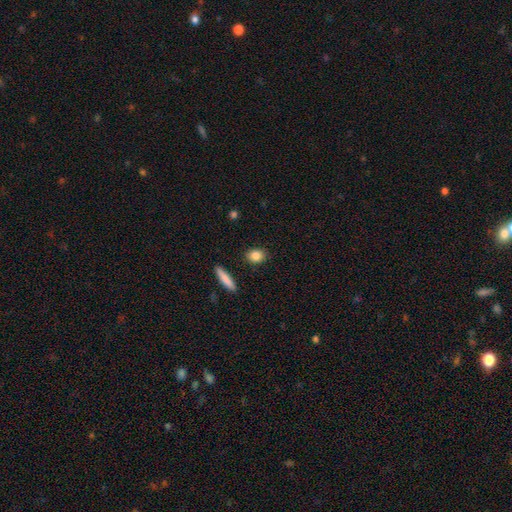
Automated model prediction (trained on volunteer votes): Smooth or featured? Predicted: smooth (p=0.85). How rounded? Predicted: in between (p=0.54). Merging? Predicted: none (p=0.88).